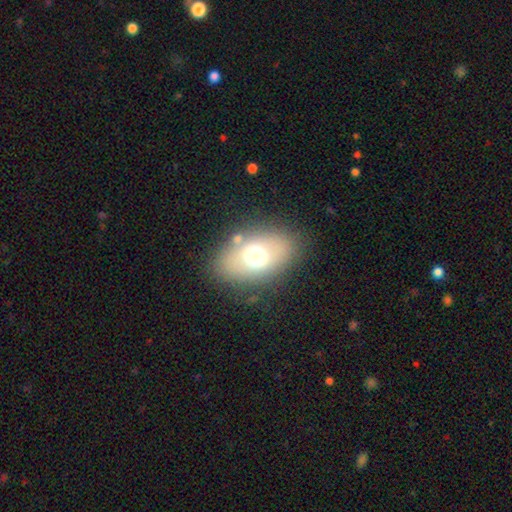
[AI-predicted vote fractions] Morphology: type=smooth (63%); roundness=in between (79%); merging=none (80%).